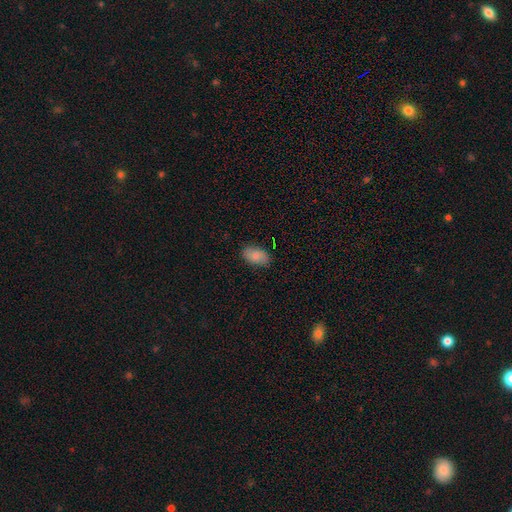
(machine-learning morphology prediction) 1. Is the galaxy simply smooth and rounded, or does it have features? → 84% smooth, 9% featured or disk, 7% star or artifact.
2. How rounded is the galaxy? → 93% in between, 5% round, 2% cigar-shaped.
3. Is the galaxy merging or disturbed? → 84% none, 12% minor disturbance, 2% major disturbance, 1% merger.